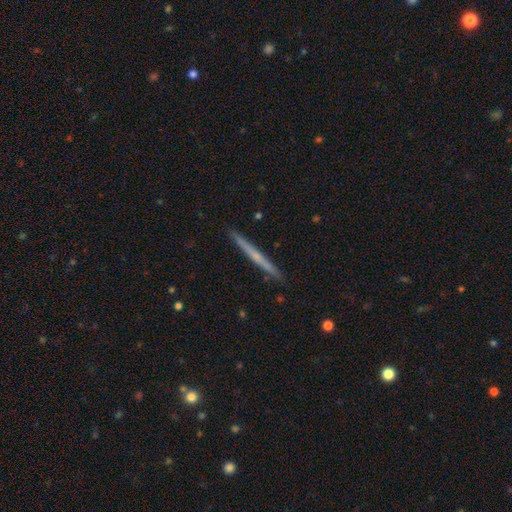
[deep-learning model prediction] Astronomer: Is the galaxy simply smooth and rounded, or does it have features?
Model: featured or disk — 56% (runner-up: smooth, 38%).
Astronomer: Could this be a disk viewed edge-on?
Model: yes — 98%.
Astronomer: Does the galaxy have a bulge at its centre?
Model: none — 67%.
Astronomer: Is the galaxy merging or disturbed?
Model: none — 92%.